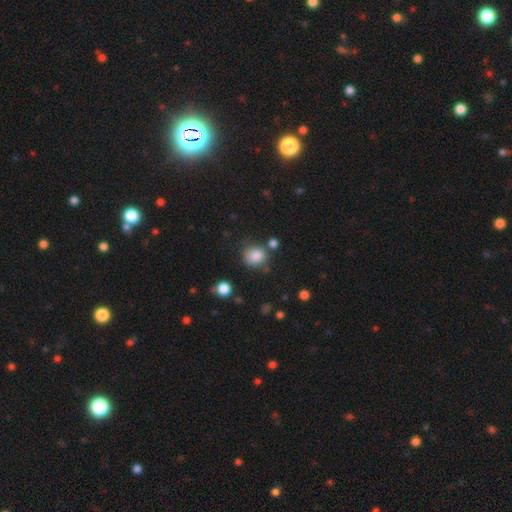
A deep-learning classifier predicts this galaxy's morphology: Q: Smooth or featured?
A: smooth (82%); runner-up: star or artifact (11%)
Q: How rounded?
A: round (78%); runner-up: in between (21%)
Q: Merging?
A: none (65%); runner-up: minor disturbance (20%)